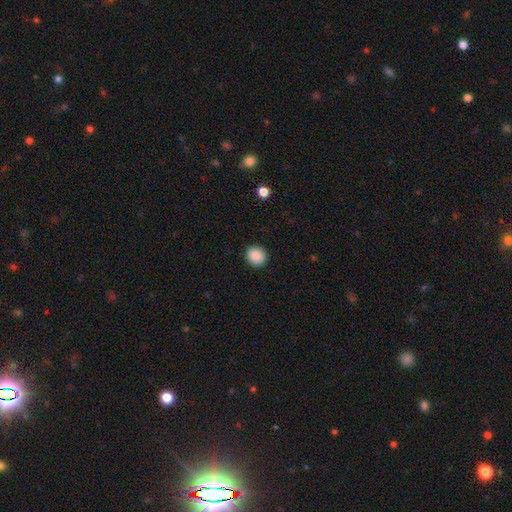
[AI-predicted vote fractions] The model was most divided on "how rounded": round: 86%, in between: 13%, cigar-shaped: 1%. More confident: merging — none (91%); smooth or featured — smooth (89%).